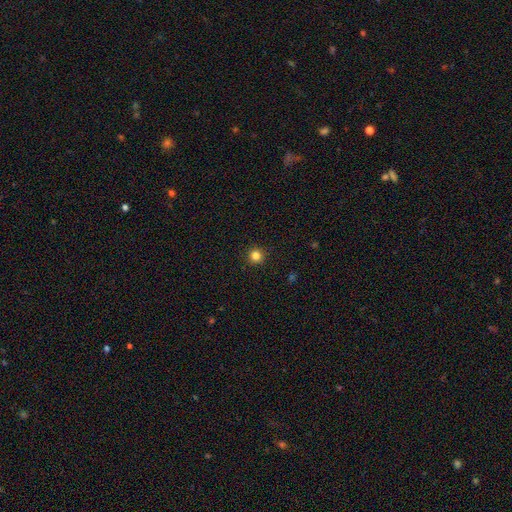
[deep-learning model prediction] smooth-or-featured: smooth: 83% | star or artifact: 13% | featured or disk: 4%
  how-rounded: round: 95% | in between: 4% | cigar-shaped: 1%
  merging: none: 93% | minor disturbance: 4% | major disturbance: 2% | merger: 1%